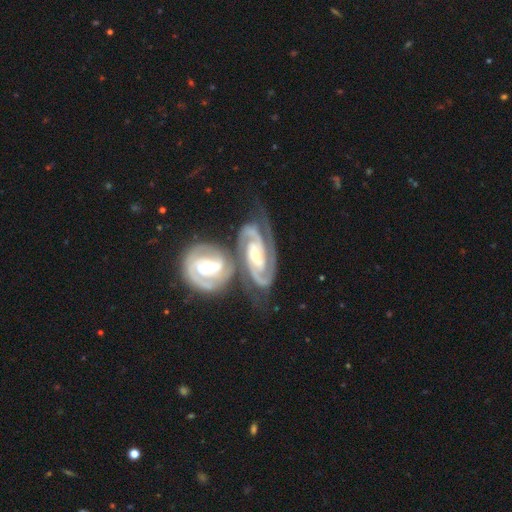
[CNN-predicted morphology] A featured or disk galaxy (91%) with a weak bar (34%, tied with no), 2 (83%) tight (62%) spiral arms (98%) and a moderate central bulge (51%).

Vote fractions:
- Smooth or featured? featured or disk: 91% / smooth: 5% / star or artifact: 4%
- Edge-on disk? no: 96% / yes: 4%
- Bar? weak: 34% (tied) / no: 34% (tied) / strong: 33%
- Spiral arms? yes: 98% / no: 2%
- Spiral winding? tight: 62% / medium: 33% / loose: 5%
- Spiral arm count? 2: 83% / 3: 6% / can't tell: 5% / 1: 2% / 4: 2% / more than 4: 1%
- Bulge size? moderate: 51% / small: 43% / large: 4% / none: 1% / dominant: 1%
- Merging? merger: 52% / none: 31% / minor disturbance: 11% / major disturbance: 6%